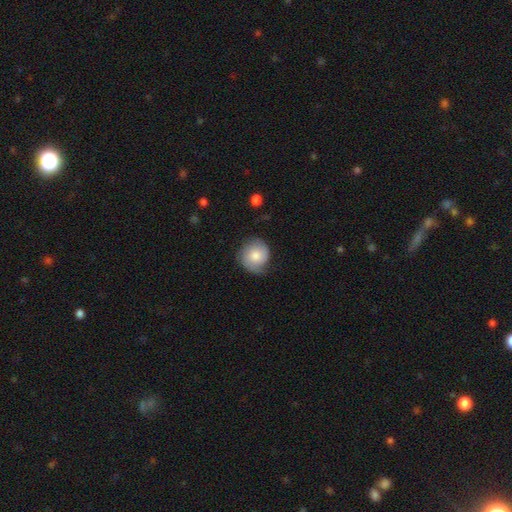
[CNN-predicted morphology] Smooth or featured: smooth — 66% (featured or disk — 27%)
How rounded: round — 86% (in between — 13%)
Merging: none — 62% (minor disturbance — 28%)